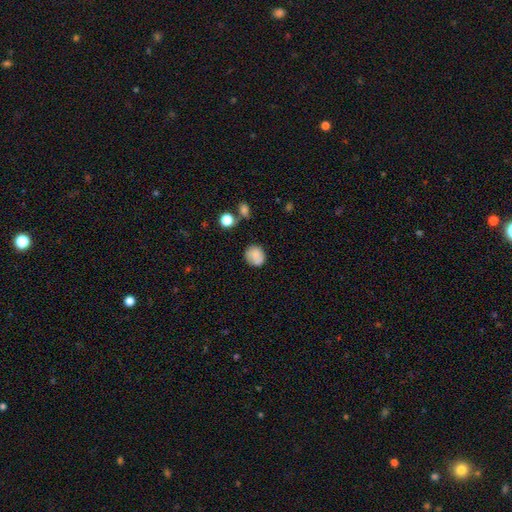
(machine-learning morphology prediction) smooth 81%, featured or disk 10%, star or artifact 9%. Down the decision tree: how rounded — round (81%); merging — none (72%).